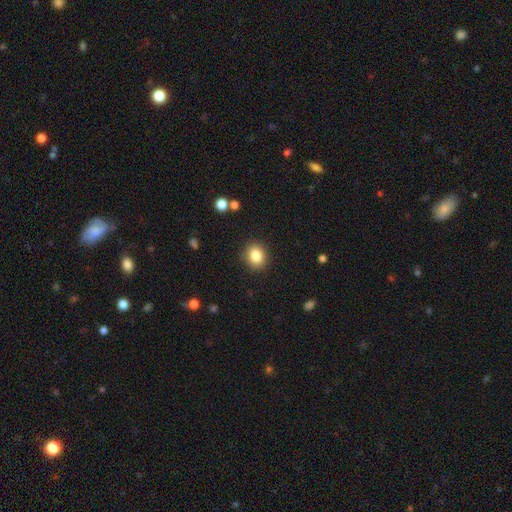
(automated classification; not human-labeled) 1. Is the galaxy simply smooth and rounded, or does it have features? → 84% smooth, 10% star or artifact, 6% featured or disk.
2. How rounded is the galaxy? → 72% round, 27% in between, 1% cigar-shaped.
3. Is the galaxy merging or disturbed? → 89% none, 8% minor disturbance, 2% major disturbance, 1% merger.